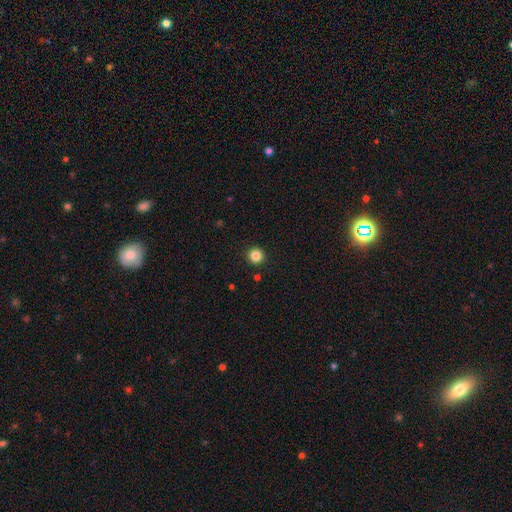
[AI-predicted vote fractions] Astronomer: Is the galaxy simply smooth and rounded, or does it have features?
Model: smooth — 84%.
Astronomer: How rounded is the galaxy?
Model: round — 95%.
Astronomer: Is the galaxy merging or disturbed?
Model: none — 93%.